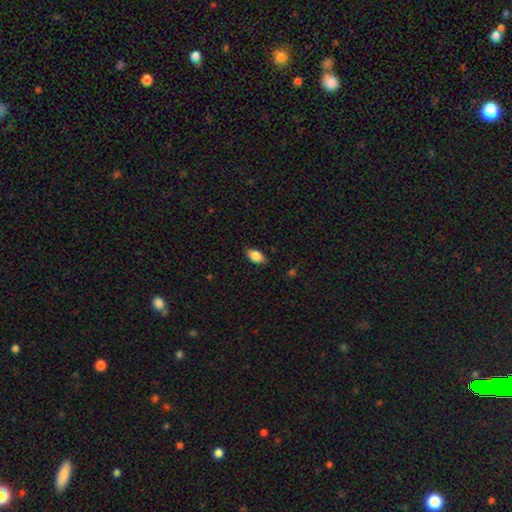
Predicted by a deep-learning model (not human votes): A smooth galaxy with no disk features (85%) that is in between round and cigar-shaped (91%).

Vote fractions:
- Smooth or featured? smooth: 85% / star or artifact: 7% / featured or disk: 7%
- How rounded? in between: 91% / round: 5% / cigar-shaped: 4%
- Merging? none: 84% / minor disturbance: 13% / major disturbance: 3% / merger: 1%